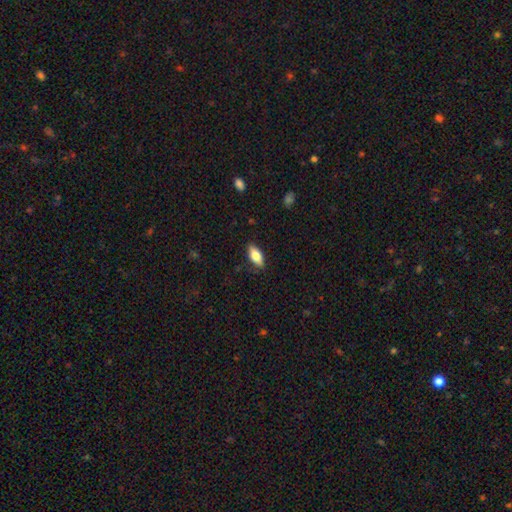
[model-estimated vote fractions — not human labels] smooth_or_featured: smooth (p=0.77) [alt: featured or disk p=0.16]
how_rounded: in between (p=0.84) [alt: cigar-shaped p=0.13]
merging: none (p=0.86) [alt: minor disturbance p=0.11]